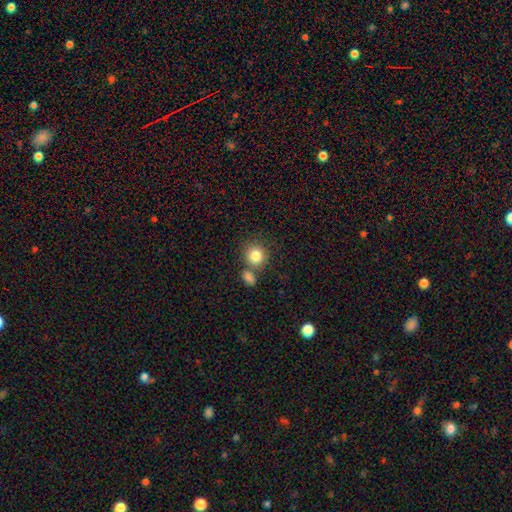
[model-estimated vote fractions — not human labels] Smooth or featured? Predicted: smooth (p=0.83). How rounded? Predicted: round (p=0.86). Merging? Predicted: none (p=0.62).